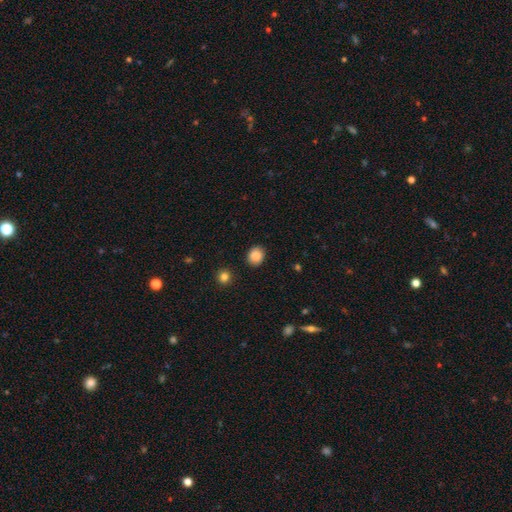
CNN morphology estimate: A smooth galaxy with no disk features (86%) that is round (64%). Merging: none (89%).